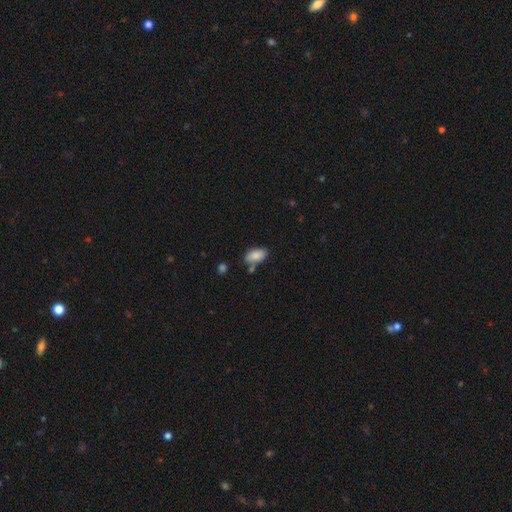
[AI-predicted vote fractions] This appears to be a smooth galaxy with no disk features (86%) that is in between round and cigar-shaped (93%). Merging: none (69%).